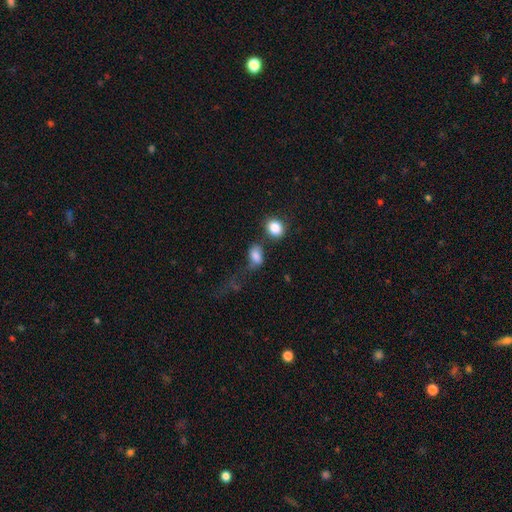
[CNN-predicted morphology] Smooth or featured?
  - smooth: 80% *
  - star or artifact: 11%
  - featured or disk: 9%
How rounded?
  - in between: 73% *
  - round: 24%
  - cigar-shaped: 2%
Merging?
  - none: 39% *
  - merger: 23%
  - minor disturbance: 20%
  - major disturbance: 19%